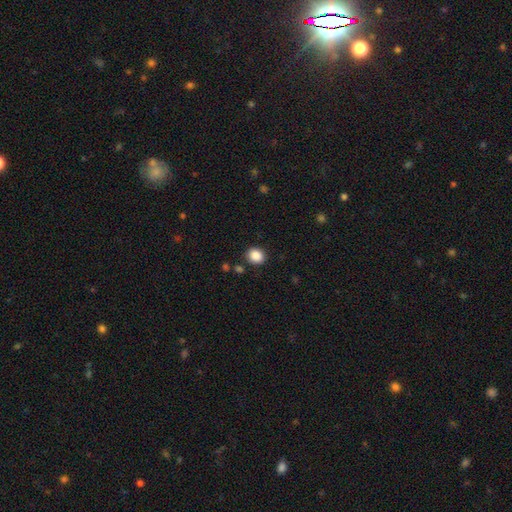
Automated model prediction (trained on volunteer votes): The model was most divided on "how rounded": round: 70%, in between: 30%, cigar-shaped: 1%. More confident: smooth or featured — smooth (88%); merging — none (87%).